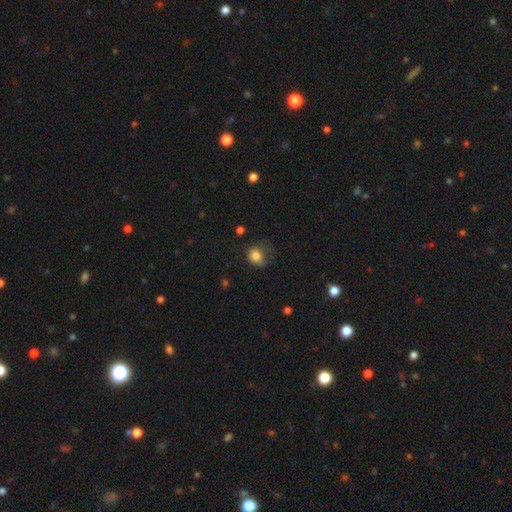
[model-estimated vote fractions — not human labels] Smooth or featured? Predicted: smooth (p=0.80). How rounded? Predicted: round (p=0.56). Merging? Predicted: minor disturbance (p=0.33, tied with none).